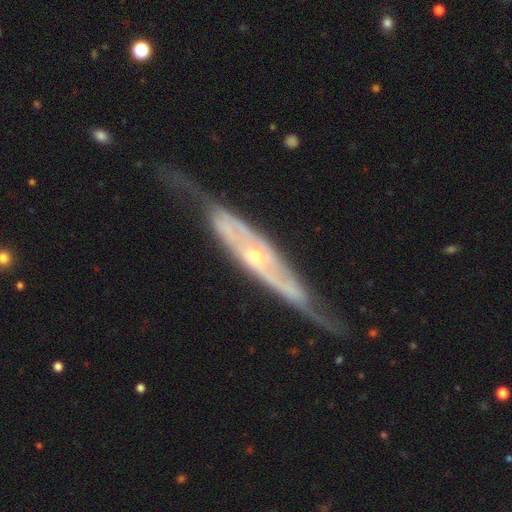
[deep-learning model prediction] A featured or disk galaxy (85%).

Vote fractions:
- Smooth or featured? featured or disk: 85% / smooth: 10% / star or artifact: 5%
- Edge-on disk? no: 55% / yes: 45%
- Merging? none: 62% / minor disturbance: 22% / major disturbance: 13% / merger: 2%